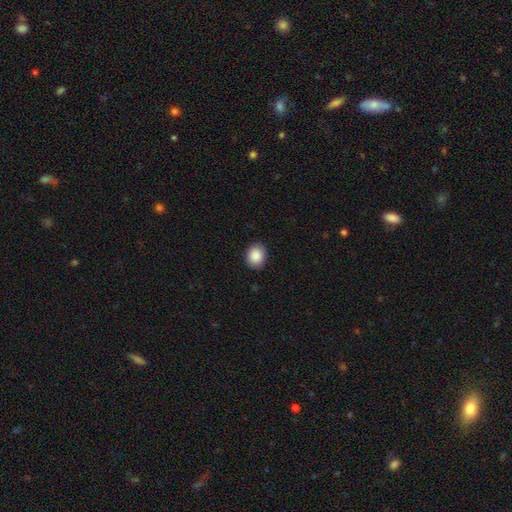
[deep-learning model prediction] smooth-or-featured: smooth: 89% | star or artifact: 8% | featured or disk: 3%
  how-rounded: round: 57% | in between: 42% | cigar-shaped: 1%
  merging: none: 88% | minor disturbance: 9% | major disturbance: 2% | merger: 1%